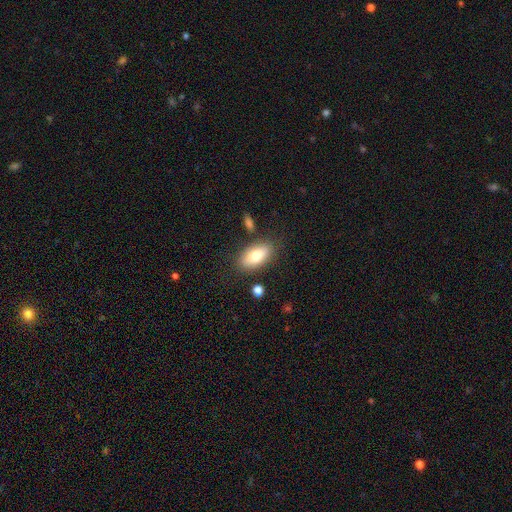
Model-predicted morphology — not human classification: A smooth galaxy with no disk features (78%) that is in between round and cigar-shaped (90%). Merging: none (79%).